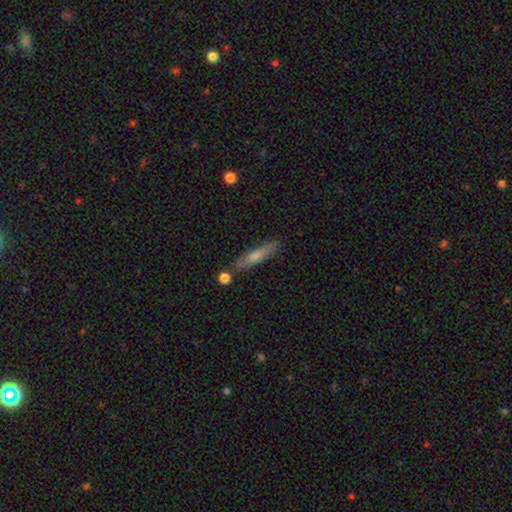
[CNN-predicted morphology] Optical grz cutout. It shows a smooth galaxy with no disk features (55%) that is cigar-shaped (86%). Merging: none (81%).